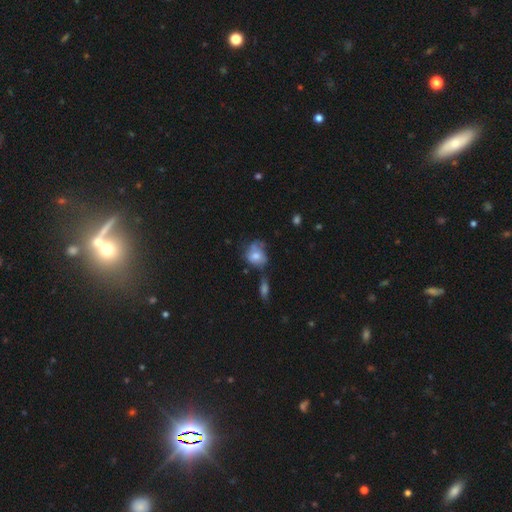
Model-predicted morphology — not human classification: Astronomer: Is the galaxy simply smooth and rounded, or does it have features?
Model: smooth — 65%.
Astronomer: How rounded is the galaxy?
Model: in between — 50% (runner-up: round, 49%).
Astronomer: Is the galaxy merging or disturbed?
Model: none — 36% (runner-up: minor disturbance, 28%).